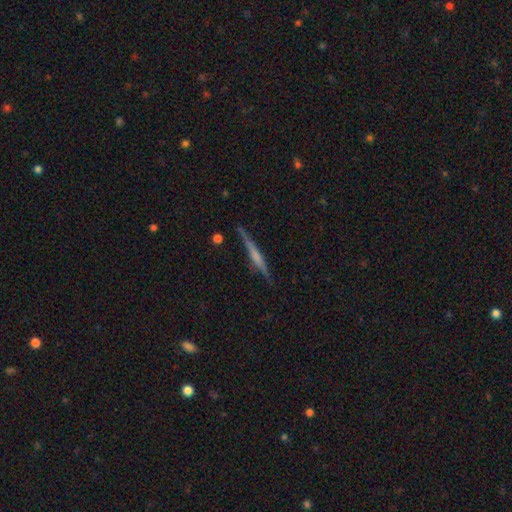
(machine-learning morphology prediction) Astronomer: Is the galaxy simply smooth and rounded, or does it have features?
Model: featured or disk — 61%.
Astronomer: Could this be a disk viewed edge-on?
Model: yes — 97%.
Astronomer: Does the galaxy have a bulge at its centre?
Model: none — 47% (runner-up: rounded, 31%).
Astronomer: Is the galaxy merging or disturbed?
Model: none — 84%.